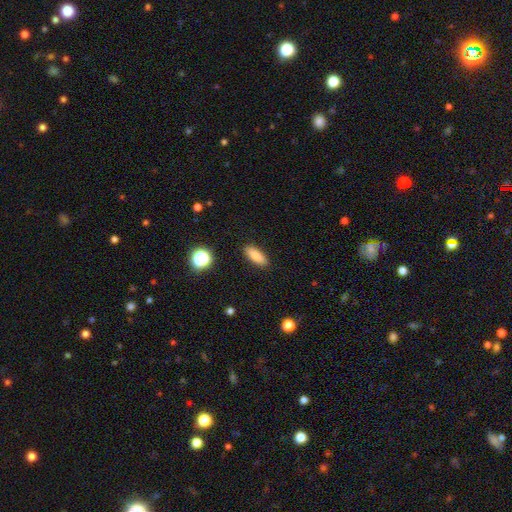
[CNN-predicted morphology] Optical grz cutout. It shows a smooth galaxy with no disk features (82%) that is in between round and cigar-shaped (64%). Merging: none (90%).